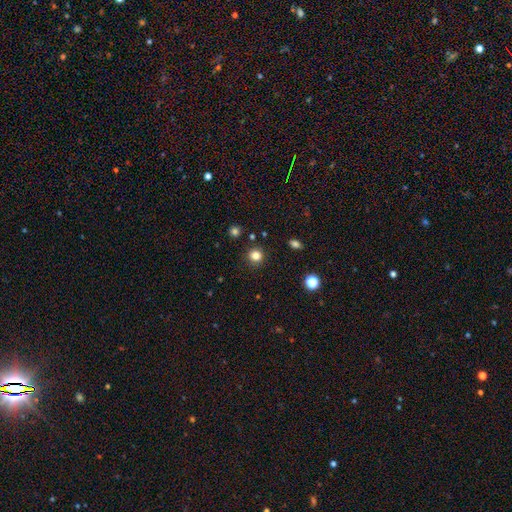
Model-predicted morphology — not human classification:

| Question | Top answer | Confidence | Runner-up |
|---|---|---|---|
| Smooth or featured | smooth | 82% | star or artifact (13%) |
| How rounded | round | 90% | in between (9%) |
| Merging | none | 89% | minor disturbance (7%) |